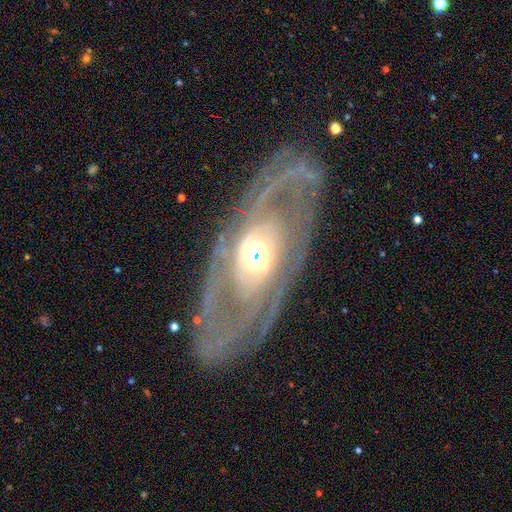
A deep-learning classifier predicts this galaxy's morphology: smooth_or_featured: featured or disk (p=0.83) [alt: smooth p=0.11]
disk_edge_on: no (p=0.88) [alt: yes p=0.12]
bar: no (p=0.64) [alt: weak p=0.23]
has_spiral_arms: yes (p=0.78) [alt: no p=0.22]
spiral_winding: tight (p=0.57) [alt: medium p=0.30]
spiral_arm_count: 2 (p=0.42) [alt: can't tell p=0.33]
bulge_size: moderate (p=0.55) [alt: small p=0.23]
merging: none (p=0.75) [alt: minor disturbance p=0.14]